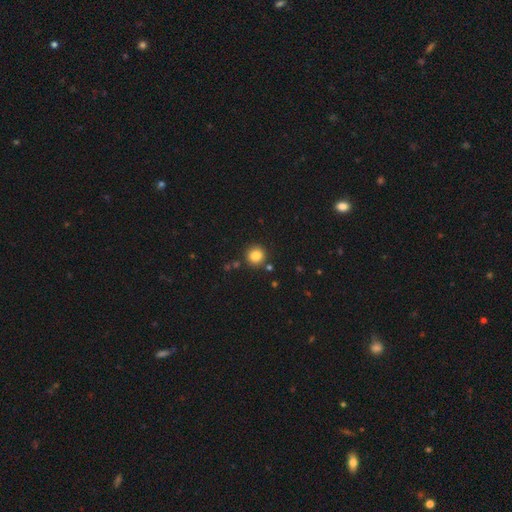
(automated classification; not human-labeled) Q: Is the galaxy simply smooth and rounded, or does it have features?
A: smooth — 85%.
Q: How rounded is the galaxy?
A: round — 91%.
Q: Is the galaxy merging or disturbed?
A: none — 87%.